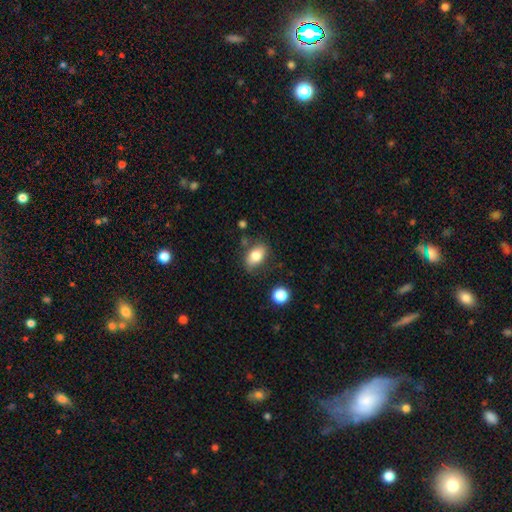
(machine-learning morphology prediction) Smooth or featured: smooth — 80% (featured or disk — 12%)
How rounded: in between — 86% (round — 12%)
Merging: none — 72% (minor disturbance — 19%)